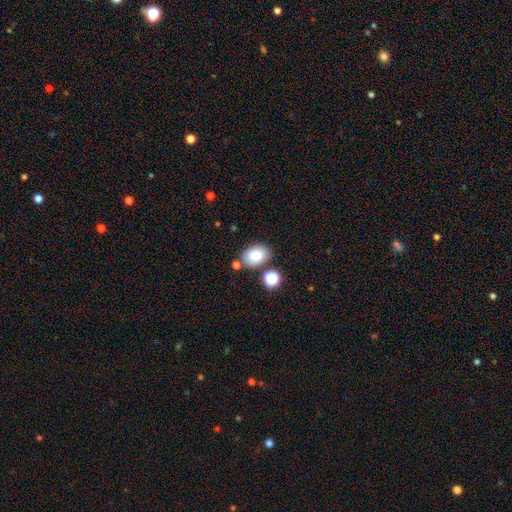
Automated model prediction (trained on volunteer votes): This is likely a smooth galaxy (80%). How rounded: likely in between (79%). Merging: likely none (74%).